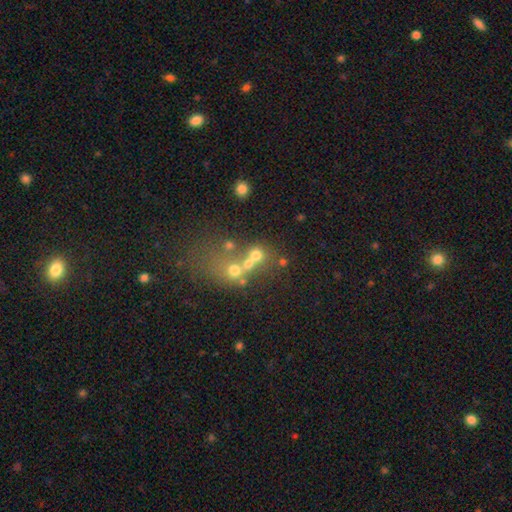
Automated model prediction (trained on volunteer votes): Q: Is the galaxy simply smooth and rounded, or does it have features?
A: smooth — 55%.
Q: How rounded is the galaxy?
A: round — 73%.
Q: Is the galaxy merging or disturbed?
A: merger — 49%.